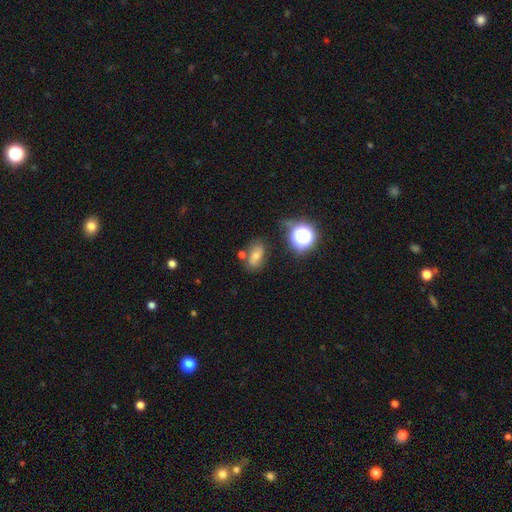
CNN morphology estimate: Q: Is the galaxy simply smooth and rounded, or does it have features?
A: smooth — 56%.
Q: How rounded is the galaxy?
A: in between — 81%.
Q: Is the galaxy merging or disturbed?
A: none — 62%.